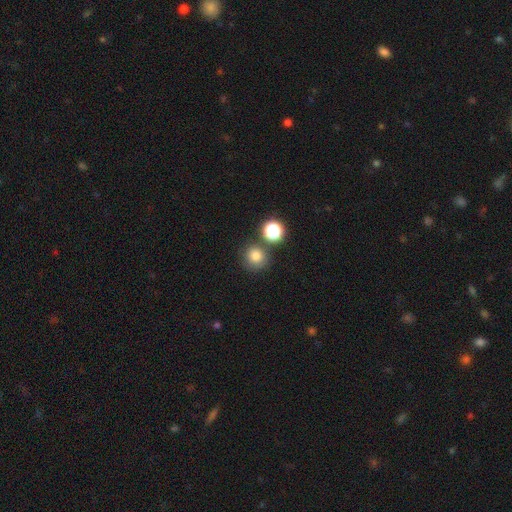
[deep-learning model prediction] smooth 79%, star or artifact 15%, featured or disk 6%. Down the decision tree: how rounded — round (92%); merging — none (76%).